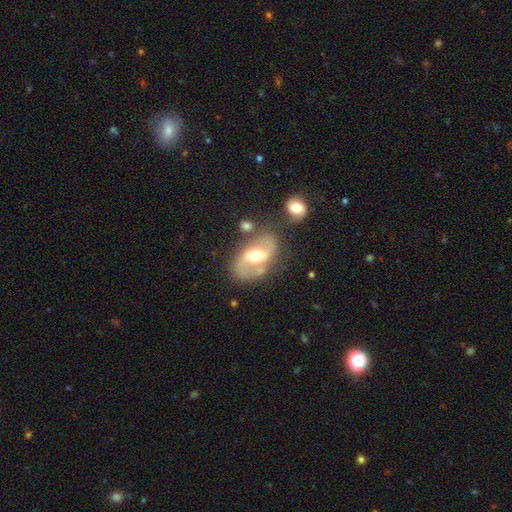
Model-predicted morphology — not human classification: type=featured or disk (76%); edge-on=no (96%); bar=weak (44%); spiral arms=yes (84%); winding=medium (44%); arm count=2 (88%); bulge=moderate (73%); merging=none (67%).